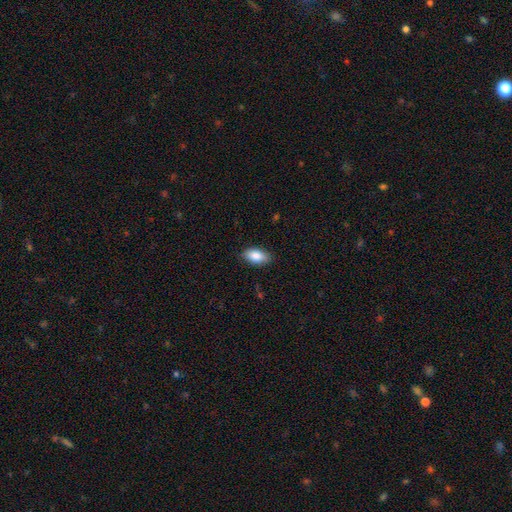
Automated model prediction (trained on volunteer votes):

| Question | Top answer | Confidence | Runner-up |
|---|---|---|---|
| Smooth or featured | smooth | 87% | star or artifact (7%) |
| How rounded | in between | 93% | round (4%) |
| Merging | none | 86% | minor disturbance (11%) |